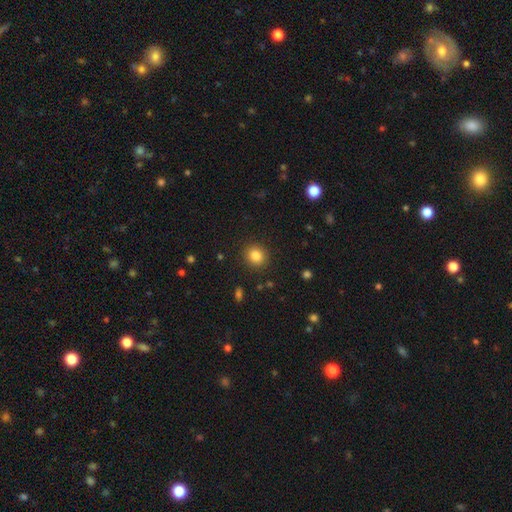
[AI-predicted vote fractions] smooth-or-featured: smooth: 84% | star or artifact: 11% | featured or disk: 5%
  how-rounded: round: 84% | in between: 15% | cigar-shaped: 1%
  merging: none: 90% | minor disturbance: 6% | major disturbance: 3% | merger: 1%